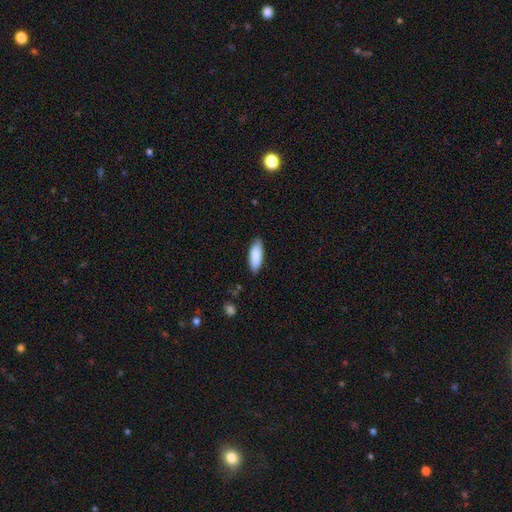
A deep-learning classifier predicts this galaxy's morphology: smooth_or_featured: smooth (p=0.88) [alt: featured or disk p=0.06]
how_rounded: in between (p=0.71) [alt: cigar-shaped p=0.27]
merging: none (p=0.83) [alt: minor disturbance p=0.14]